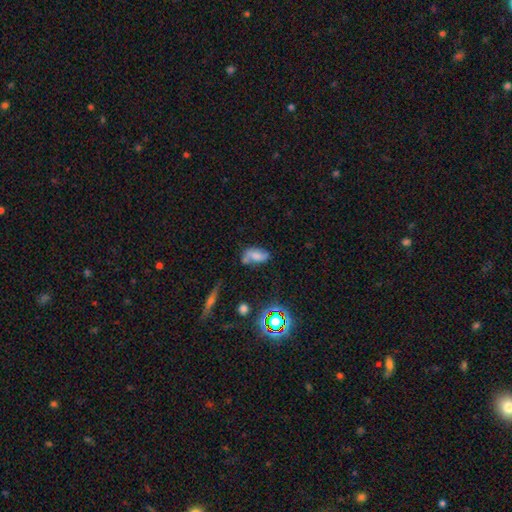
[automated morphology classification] A smooth galaxy with no disk features (59%) that is in between round and cigar-shaped (89%).

Vote fractions:
- Smooth or featured? smooth: 59% / featured or disk: 27% / star or artifact: 14%
- How rounded? in between: 89% / cigar-shaped: 6% / round: 5%
- Merging? none: 48% / minor disturbance: 28% / merger: 14% / major disturbance: 11%